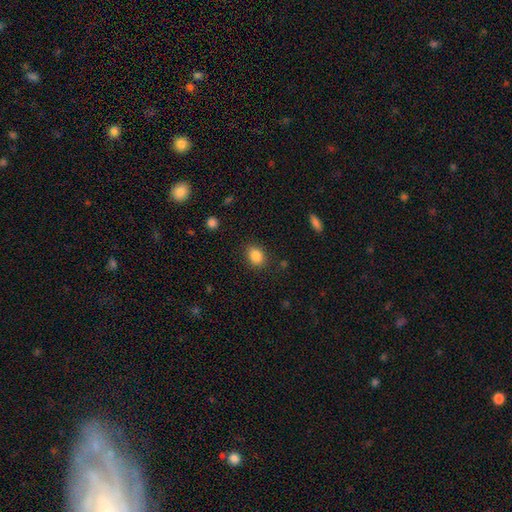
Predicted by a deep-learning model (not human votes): smooth-or-featured: smooth: 85% | star or artifact: 10% | featured or disk: 5%
  how-rounded: in between: 56% | round: 43% | cigar-shaped: 1%
  merging: none: 84% | minor disturbance: 11% | major disturbance: 3% | merger: 2%